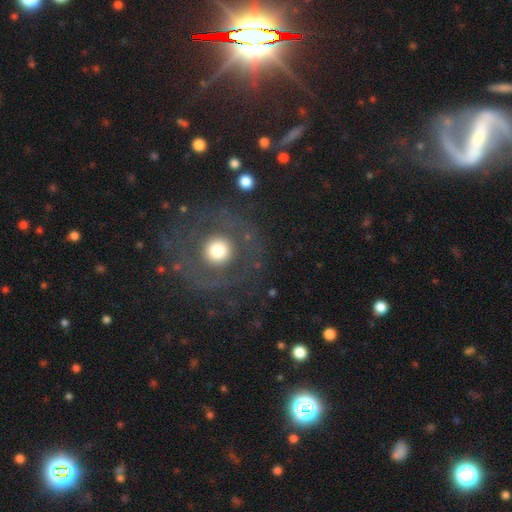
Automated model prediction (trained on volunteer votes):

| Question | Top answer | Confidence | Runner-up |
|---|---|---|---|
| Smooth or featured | featured or disk | 58% | star or artifact (21%) |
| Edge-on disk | no | 90% | yes (10%) |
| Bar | no | 53% | weak (25%) |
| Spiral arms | yes | 61% | no (39%) |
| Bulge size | moderate | 56% | small (21%) |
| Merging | none | 75% | minor disturbance (11%) |